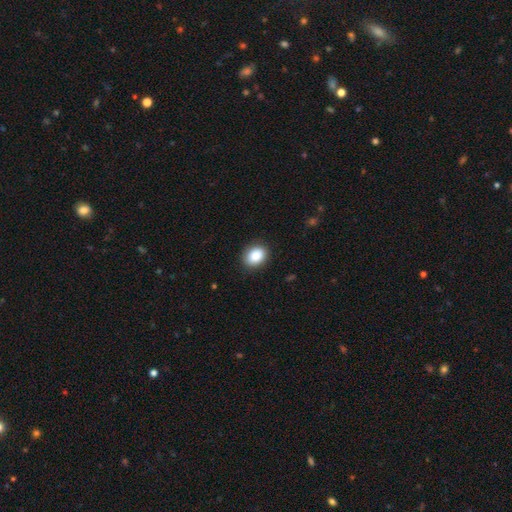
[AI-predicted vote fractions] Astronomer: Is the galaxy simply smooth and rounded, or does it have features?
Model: smooth — 88%.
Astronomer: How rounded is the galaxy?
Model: in between — 60% (runner-up: round, 39%).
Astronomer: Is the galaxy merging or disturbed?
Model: none — 88%.